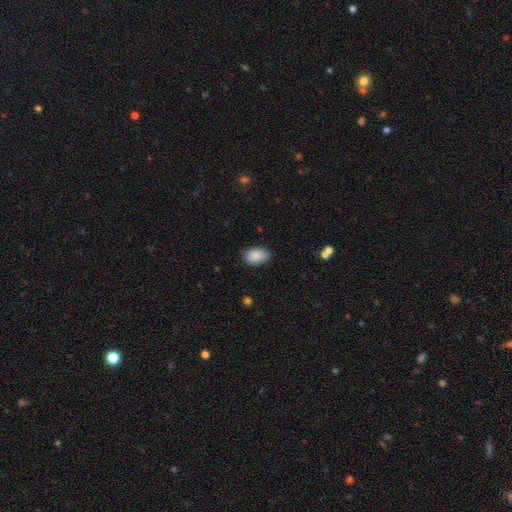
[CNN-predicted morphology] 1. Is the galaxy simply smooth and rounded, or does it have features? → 88% smooth, 7% star or artifact, 5% featured or disk.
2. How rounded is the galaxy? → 88% in between, 11% round, 1% cigar-shaped.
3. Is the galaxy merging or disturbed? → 84% none, 12% minor disturbance, 2% major disturbance, 1% merger.